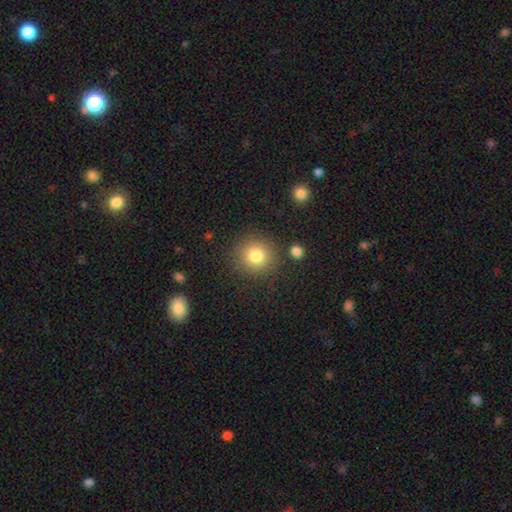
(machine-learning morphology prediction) Smooth or featured? smooth (81%)
How rounded? round (93%)
Merging? none (86%)